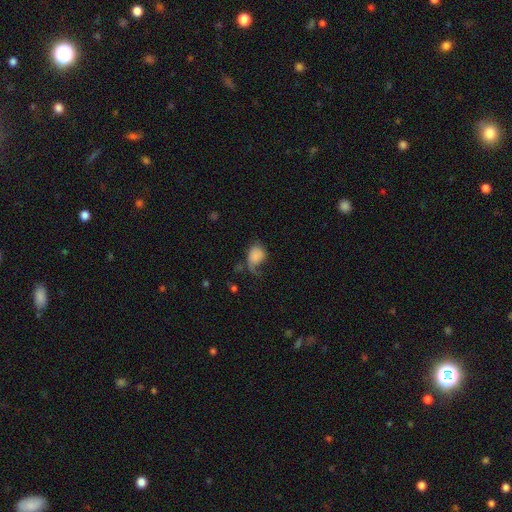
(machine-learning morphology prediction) Q: Smooth or featured?
A: smooth (75%); runner-up: featured or disk (16%)
Q: How rounded?
A: in between (59%); runner-up: round (39%)
Q: Merging?
A: major disturbance (36%); runner-up: none (30%)